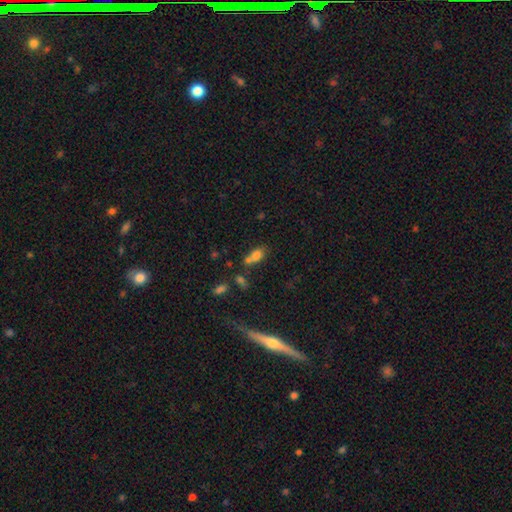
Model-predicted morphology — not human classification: smooth-or-featured: smooth: 75% | star or artifact: 13% | featured or disk: 12%
  how-rounded: in between: 76% | round: 19% | cigar-shaped: 5%
  merging: merger: 47% | none: 34% | minor disturbance: 13% | major disturbance: 7%